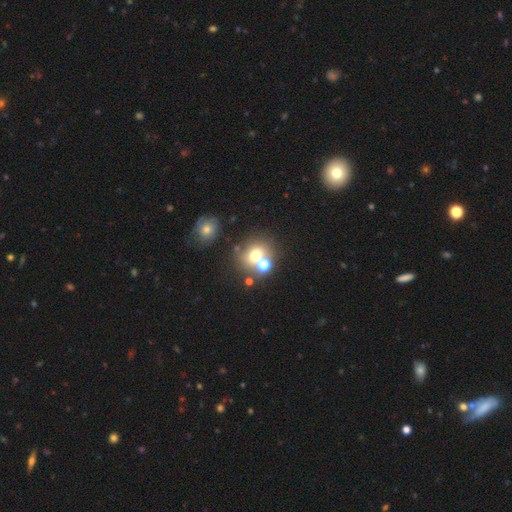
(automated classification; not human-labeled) A smooth galaxy with no disk features (63%) that is round (72%).

Vote fractions:
- Smooth or featured? smooth: 63% / star or artifact: 21% / featured or disk: 16%
- How rounded? round: 72% / in between: 27% / cigar-shaped: 1%
- Merging? none: 51% / merger: 34% / minor disturbance: 10% / major disturbance: 5%